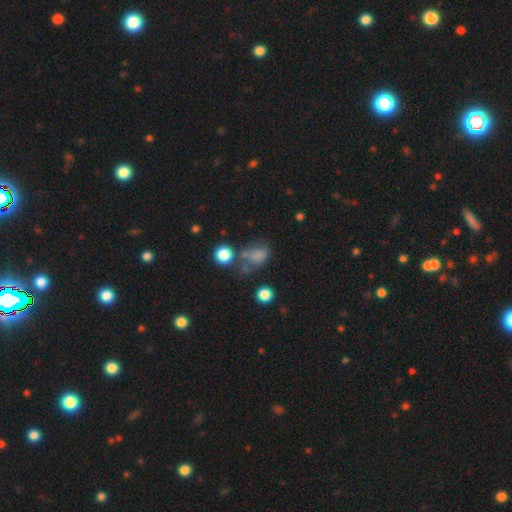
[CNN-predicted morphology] A smooth galaxy with no disk features (67%) that is in between round and cigar-shaped (69%). Merging: none (35%).